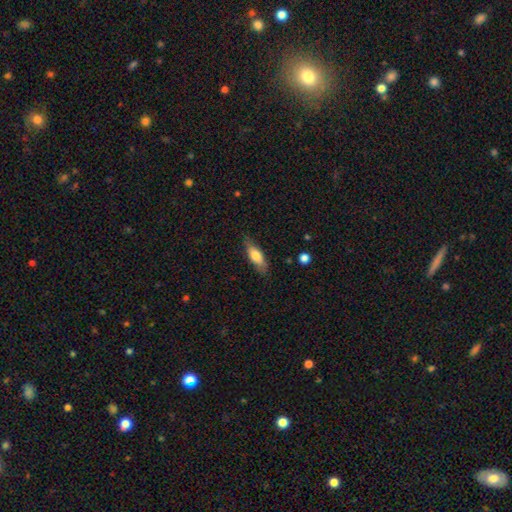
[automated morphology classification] This is likely a smooth galaxy (71%). How rounded: possibly in between (58%). Merging: clearly none (81%).